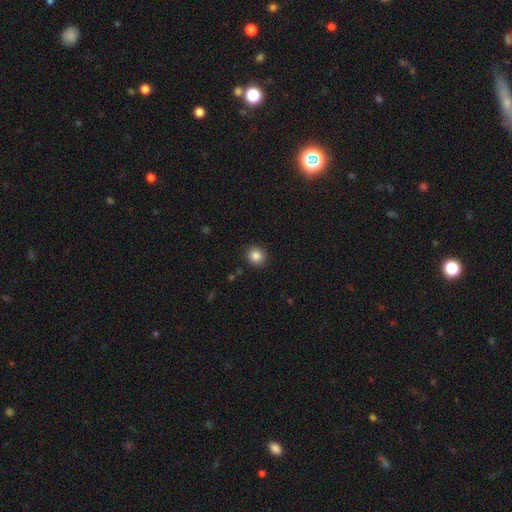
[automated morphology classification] type=smooth (86%); roundness=round (83%); merging=none (90%).